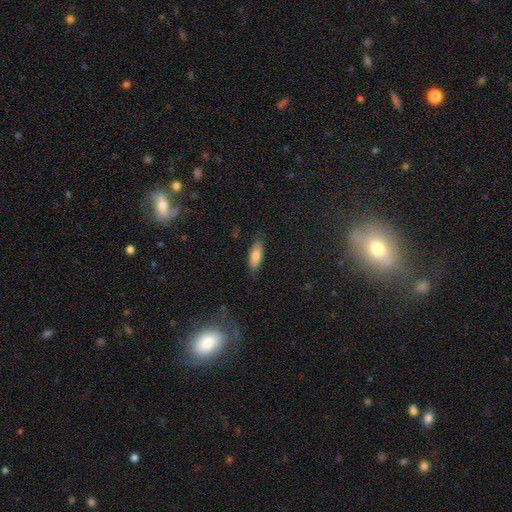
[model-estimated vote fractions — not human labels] Overall: smooth (80%). How rounded: in between (64%; cigar-shaped 34%). Merging: none (79%).